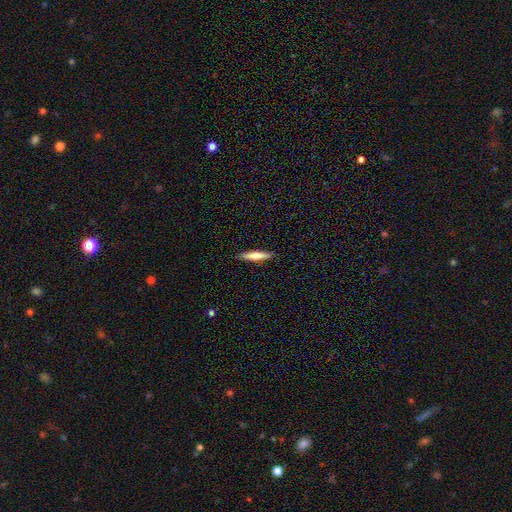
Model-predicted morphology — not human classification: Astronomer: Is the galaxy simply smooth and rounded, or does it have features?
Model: smooth — 50% (runner-up: featured or disk, 44%).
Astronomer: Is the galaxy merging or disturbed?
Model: none — 90%.